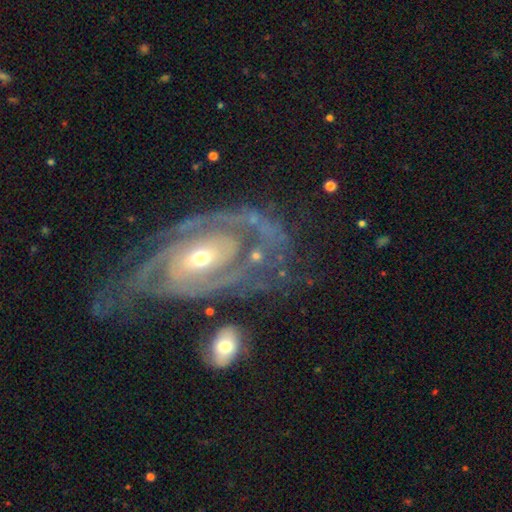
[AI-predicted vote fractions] Smooth or featured? featured or disk (89%)
Edge-on disk? no (95%)
Bar? no (59%)
Spiral arms? yes (92%)
Spiral winding? tight (62%)
Spiral arm count? 2 (40%)
Bulge size? small (48%)
Merging? none (48%)